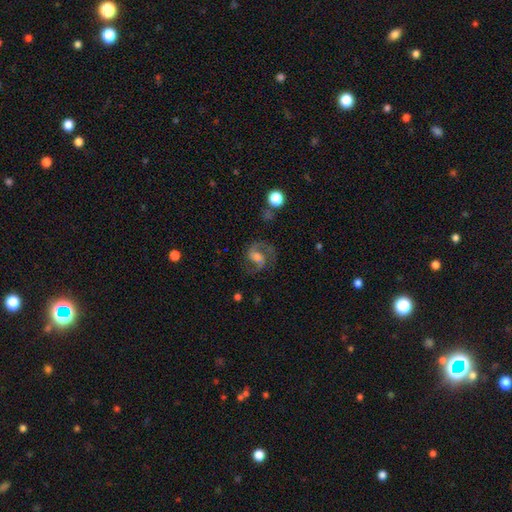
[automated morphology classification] The model was most divided on "bulge size": moderate: 49%, small: 38%, large: 7%, none: 5%, dominant: 1%. Remaining: edge-on disk — no (98%); spiral arms — yes (95%); spiral arm count — 2 (89%); smooth or featured — featured or disk (81%); merging — none (71%); spiral winding — medium (58%); bar — weak (46%).